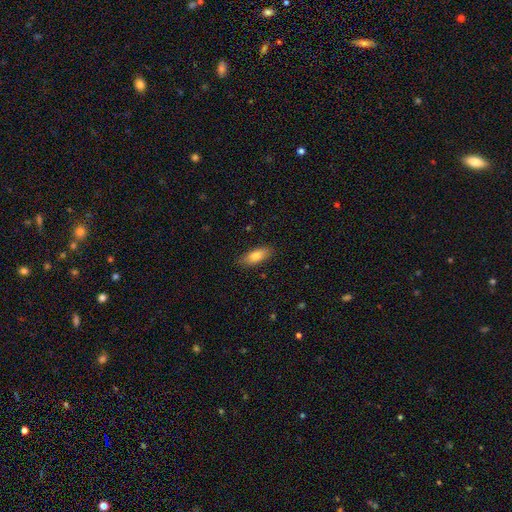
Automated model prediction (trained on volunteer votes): Smooth or featured?
  - smooth: 82% *
  - featured or disk: 12%
  - star or artifact: 7%
How rounded?
  - in between: 75% *
  - cigar-shaped: 23%
  - round: 2%
Merging?
  - none: 86% *
  - minor disturbance: 11%
  - major disturbance: 2%
  - merger: 1%